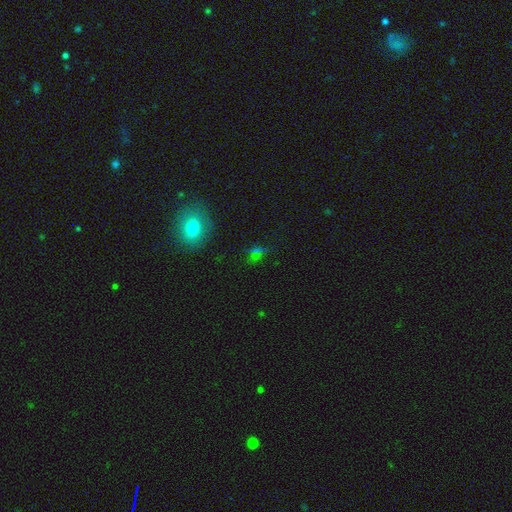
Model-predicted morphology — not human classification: star or artifact 45%, smooth 43%, featured or disk 12%.